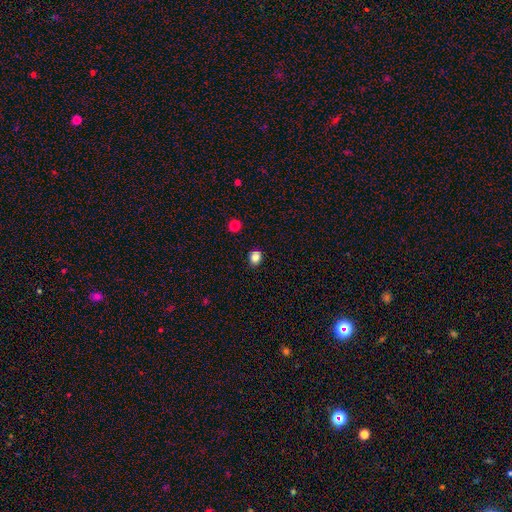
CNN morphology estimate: Smooth or featured: smooth — 84% (star or artifact — 11%)
How rounded: round — 61% (in between — 38%)
Merging: none — 89% (minor disturbance — 8%)